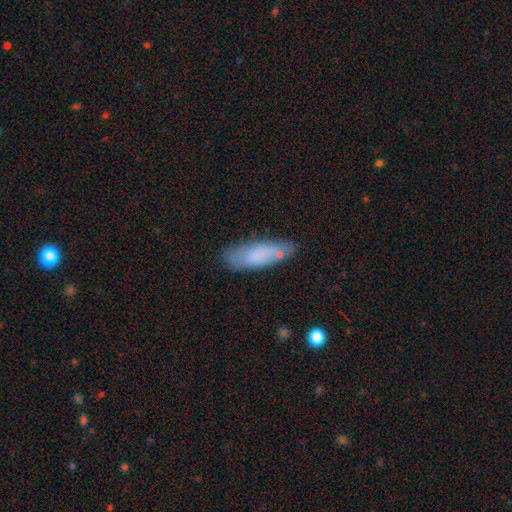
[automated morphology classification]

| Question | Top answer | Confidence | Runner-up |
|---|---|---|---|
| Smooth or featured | smooth | 76% | featured or disk (17%) |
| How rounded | in between | 54% | cigar-shaped (45%) |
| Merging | none | 69% | minor disturbance (21%) |